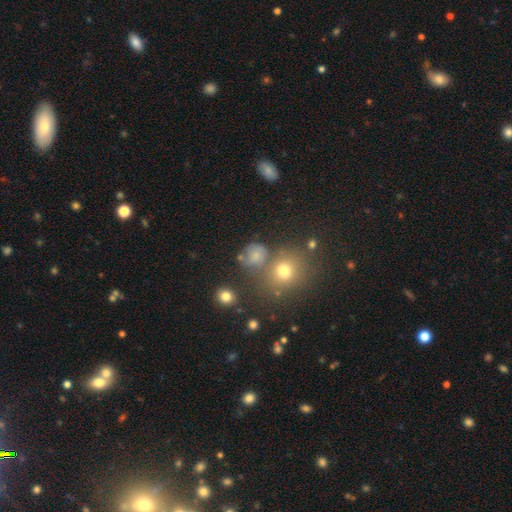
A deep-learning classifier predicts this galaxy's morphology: Smooth or featured?
  - smooth: 70% *
  - star or artifact: 18%
  - featured or disk: 12%
How rounded?
  - round: 78% *
  - in between: 21%
  - cigar-shaped: 1%
Merging?
  - none: 60% *
  - merger: 16%
  - minor disturbance: 15%
  - major disturbance: 9%